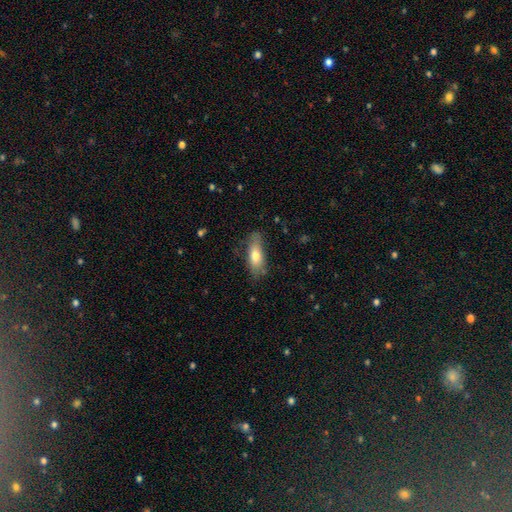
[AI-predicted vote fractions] Morphology: type=smooth (71%); roundness=in between (65%); merging=none (73%).